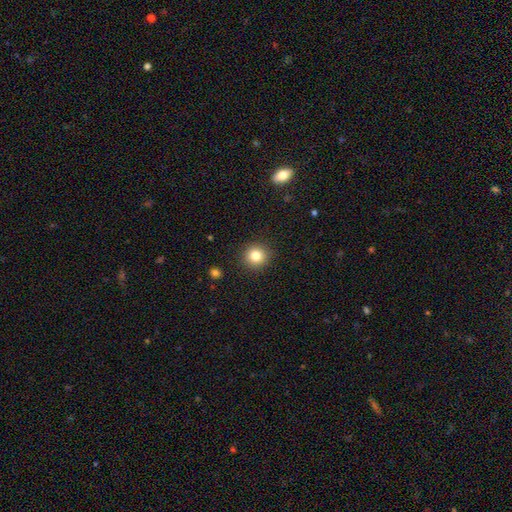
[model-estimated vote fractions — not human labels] A smooth galaxy with no disk features (82%) that is round (93%).

Vote fractions:
- Smooth or featured? smooth: 82% / star or artifact: 11% / featured or disk: 7%
- How rounded? round: 93% / in between: 6% / cigar-shaped: 1%
- Merging? none: 91% / minor disturbance: 6% / major disturbance: 2% / merger: 1%